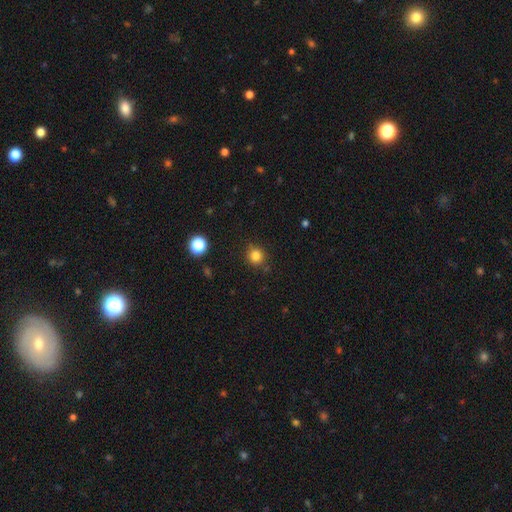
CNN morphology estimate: This appears to be a smooth galaxy with no disk features (83%) that is round (91%). Merging: none (86%).